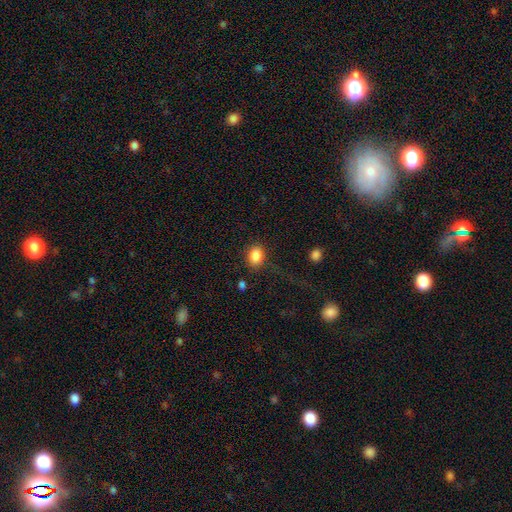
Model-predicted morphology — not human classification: This is clearly a smooth galaxy (86%). How rounded: likely in between (70%). Merging: likely none (80%).